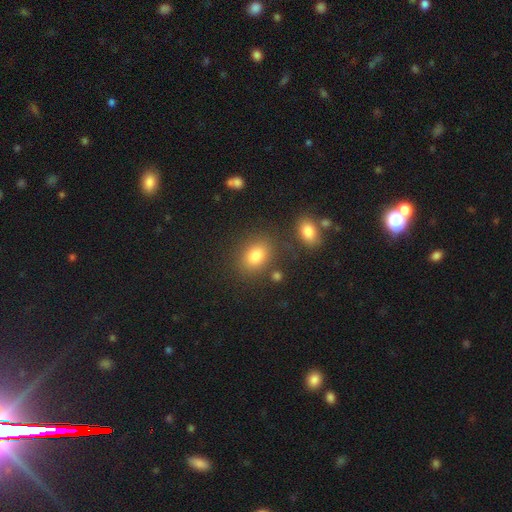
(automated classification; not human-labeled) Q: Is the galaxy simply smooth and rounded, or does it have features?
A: smooth — 82%.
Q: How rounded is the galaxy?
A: in between — 69%.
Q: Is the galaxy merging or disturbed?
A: none — 78%.